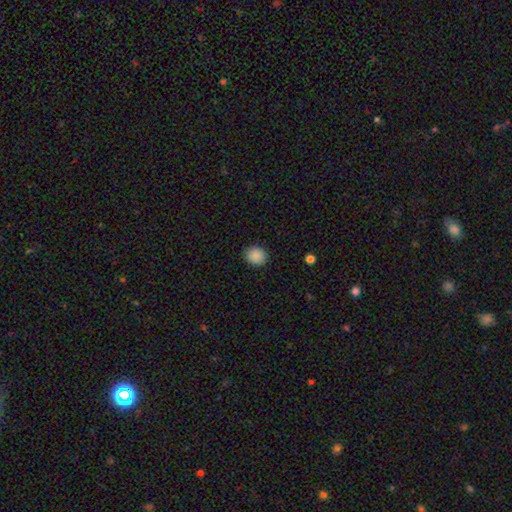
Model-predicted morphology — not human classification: Smooth or featured: smooth — 89% (star or artifact — 9%)
How rounded: round — 74% (in between — 25%)
Merging: none — 90% (minor disturbance — 7%)